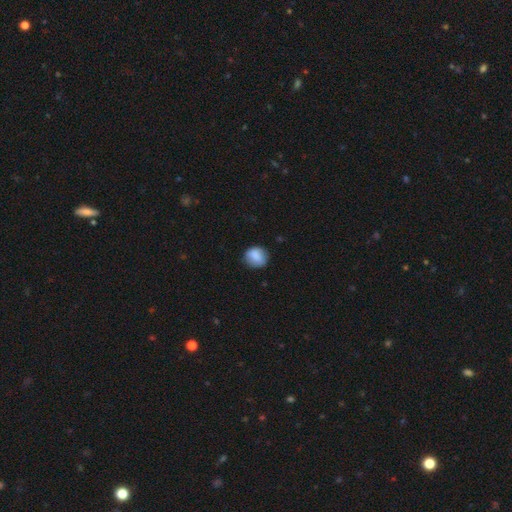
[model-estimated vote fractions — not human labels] The model was most divided on "how rounded": round: 74%, in between: 25%, cigar-shaped: 1%. More confident: smooth or featured — smooth (83%); merging — none (77%).